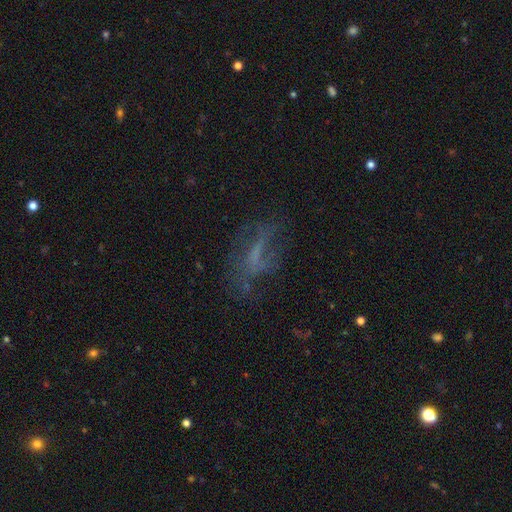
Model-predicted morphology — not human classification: This is possibly a featured or disk galaxy (47%). Merging: possibly none (50%).